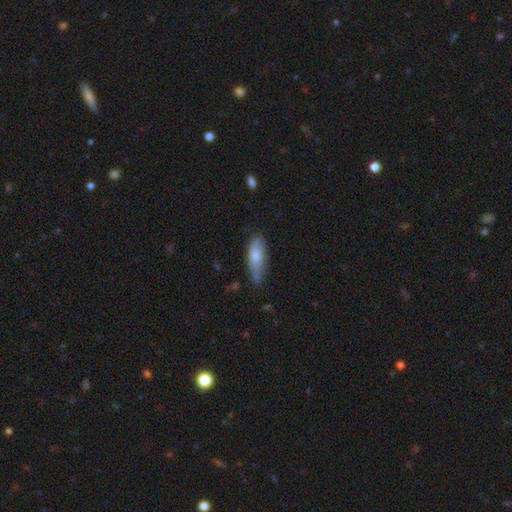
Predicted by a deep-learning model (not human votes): A smooth galaxy with no disk features (77%) that is in between round and cigar-shaped (56%).

Vote fractions:
- Smooth or featured? smooth: 77% / featured or disk: 17% / star or artifact: 6%
- How rounded? in between: 56% / cigar-shaped: 42% / round: 2%
- Merging? none: 62% / minor disturbance: 30% / major disturbance: 6% / merger: 2%